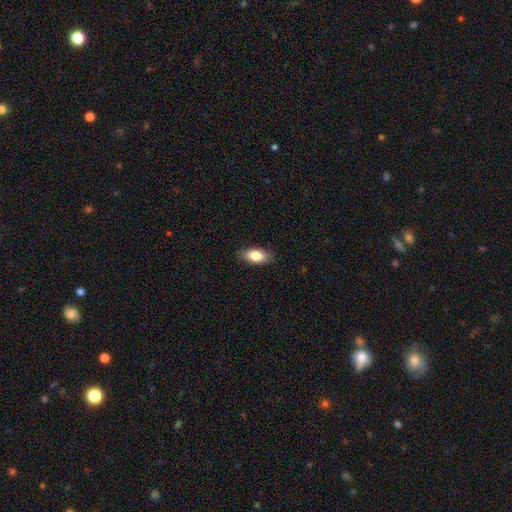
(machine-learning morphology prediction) The model was most divided on "smooth or featured": smooth: 81%, featured or disk: 13%, star or artifact: 7%. More confident: how rounded — in between (88%); merging — none (87%).